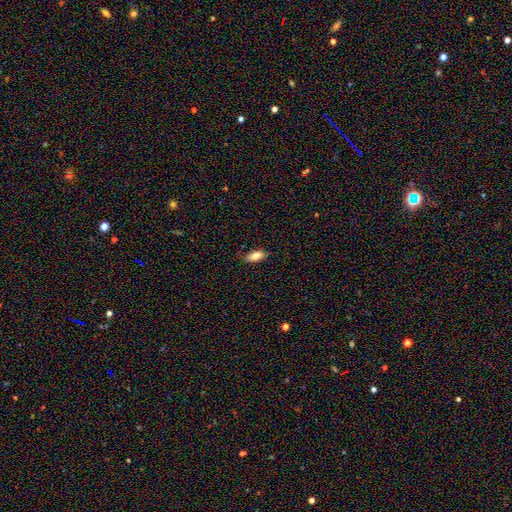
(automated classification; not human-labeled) This is likely a smooth galaxy (79%). How rounded: clearly in between (81%). Merging: clearly none (85%).